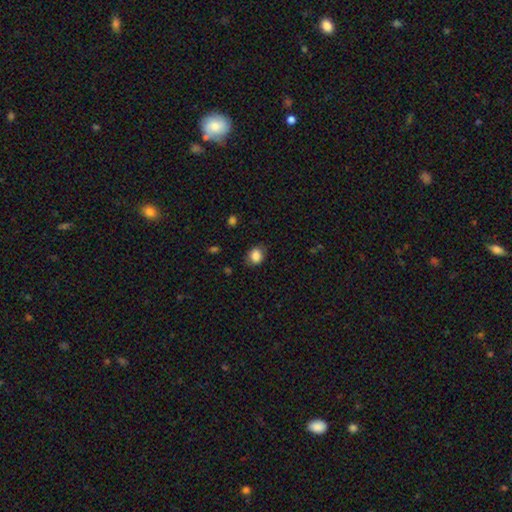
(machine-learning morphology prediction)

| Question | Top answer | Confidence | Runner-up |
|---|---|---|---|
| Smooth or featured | smooth | 85% | star or artifact (9%) |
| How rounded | round | 56% | in between (43%) |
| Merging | none | 79% | minor disturbance (16%) |